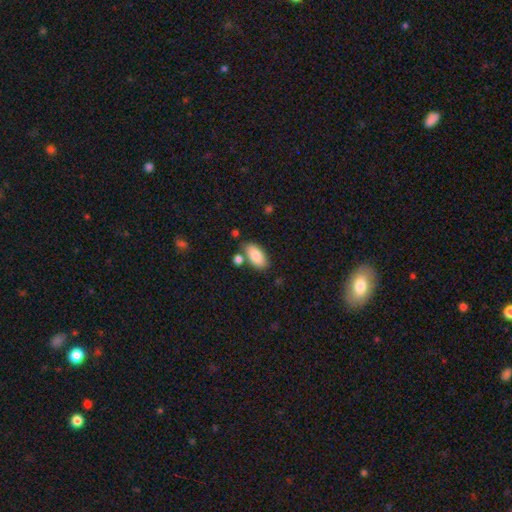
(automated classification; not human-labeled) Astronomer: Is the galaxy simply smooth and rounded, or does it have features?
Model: smooth — 84%.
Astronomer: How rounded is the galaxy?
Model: in between — 93%.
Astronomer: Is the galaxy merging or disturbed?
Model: none — 72%.